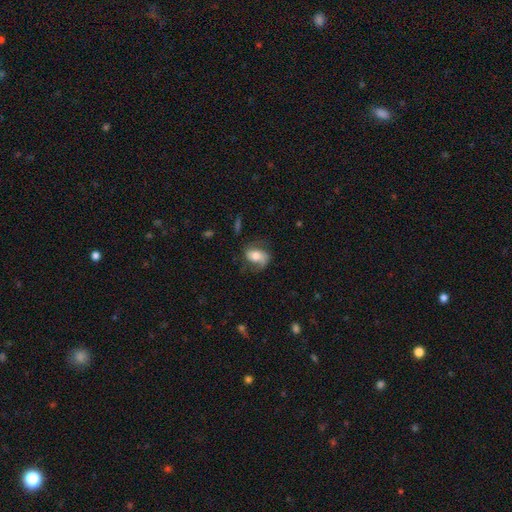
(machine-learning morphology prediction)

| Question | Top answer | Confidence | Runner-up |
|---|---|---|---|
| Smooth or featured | featured or disk | 48% | smooth (44%) |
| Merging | none | 59% | minor disturbance (24%) |